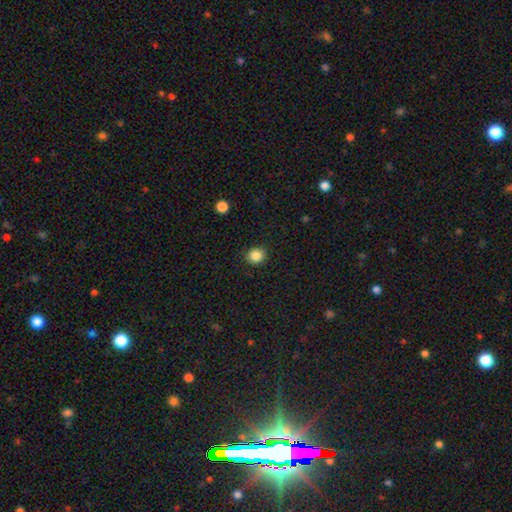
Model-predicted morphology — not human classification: Q: Smooth or featured?
A: smooth (86%); runner-up: star or artifact (10%)
Q: How rounded?
A: round (82%); runner-up: in between (17%)
Q: Merging?
A: none (89%); runner-up: minor disturbance (8%)